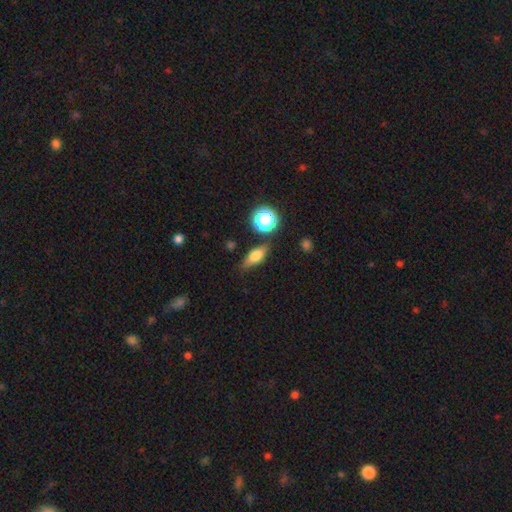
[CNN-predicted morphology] Smooth or featured? smooth (65%)
How rounded? in between (61%)
Merging? none (77%)